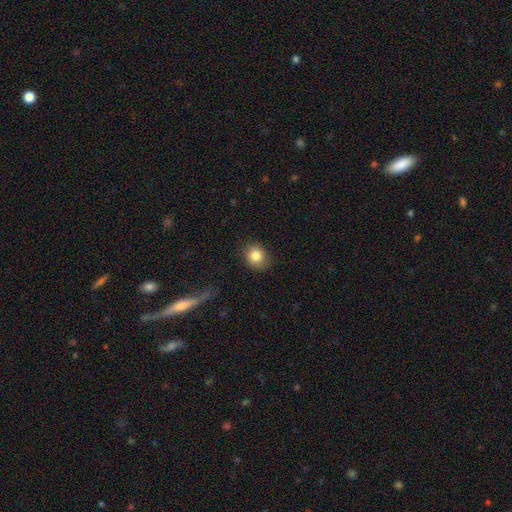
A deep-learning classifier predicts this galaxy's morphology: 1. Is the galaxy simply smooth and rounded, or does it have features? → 83% smooth, 10% star or artifact, 7% featured or disk.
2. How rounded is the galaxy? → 70% round, 29% in between, 1% cigar-shaped.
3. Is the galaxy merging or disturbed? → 85% none, 11% minor disturbance, 3% major disturbance, 1% merger.